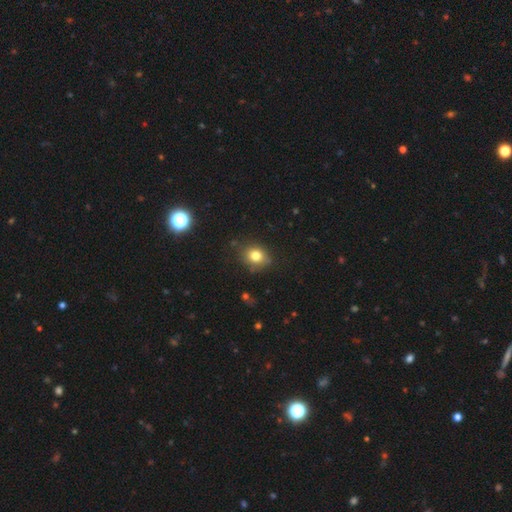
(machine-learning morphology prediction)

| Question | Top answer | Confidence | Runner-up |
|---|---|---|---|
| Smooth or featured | smooth | 78% | star or artifact (13%) |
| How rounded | round | 66% | in between (33%) |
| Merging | none | 78% | minor disturbance (16%) |